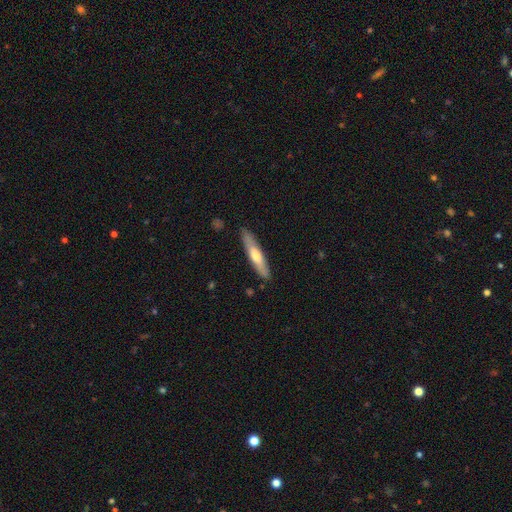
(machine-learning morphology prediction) Smooth or featured? Predicted: smooth (p=0.54). How rounded? Predicted: cigar-shaped (p=0.84). Merging? Predicted: none (p=0.87).